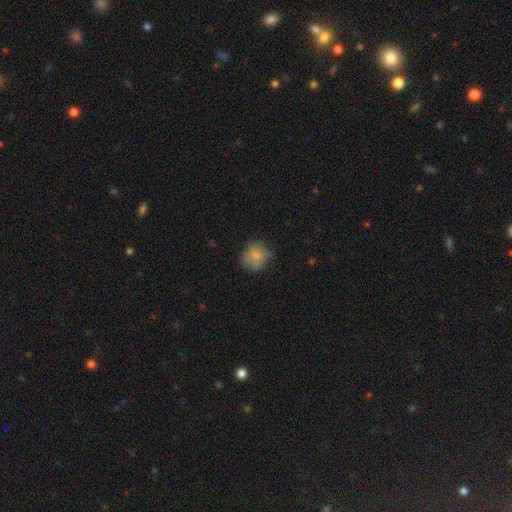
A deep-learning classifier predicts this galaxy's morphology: This appears to be a smooth galaxy with no disk features (78%) that is round (84%). Merging: none (72%).